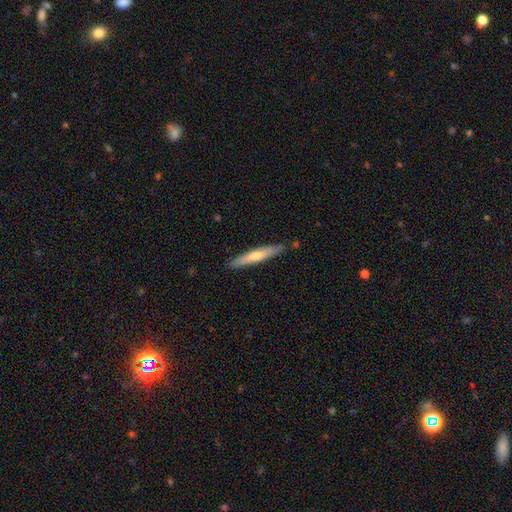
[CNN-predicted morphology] Q: Smooth or featured?
A: featured or disk (48%); runner-up: smooth (46%)
Q: Merging?
A: none (88%); runner-up: minor disturbance (9%)